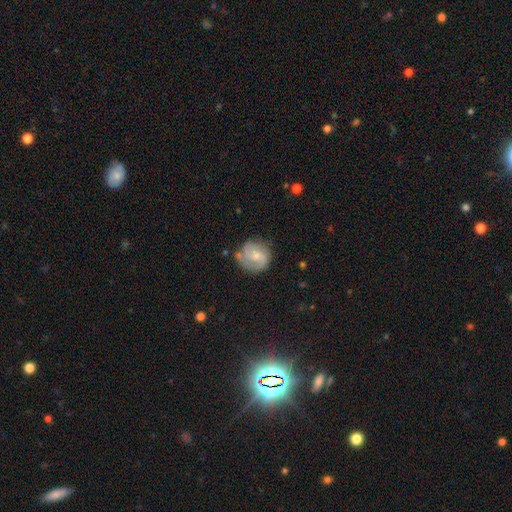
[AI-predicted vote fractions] The model was most divided on "bulge size": small: 53%, moderate: 38%, none: 6%, large: 2%, dominant: 1%. More confident: edge-on disk — no (98%); spiral arms — yes (86%); merging — none (62%); bar — no (61%); smooth or featured — featured or disk (59%).